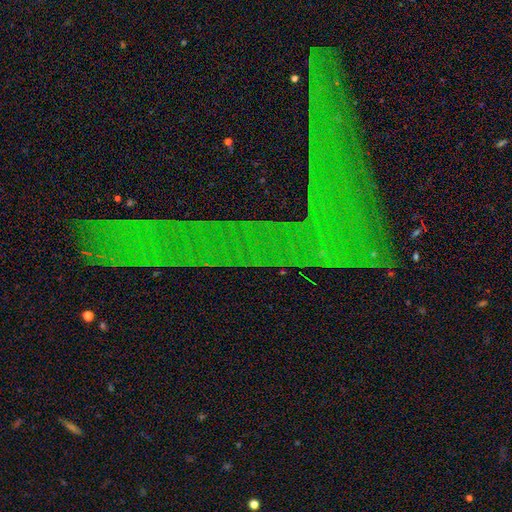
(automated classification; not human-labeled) This appears to be a star or artifact, not a galaxy (79%).